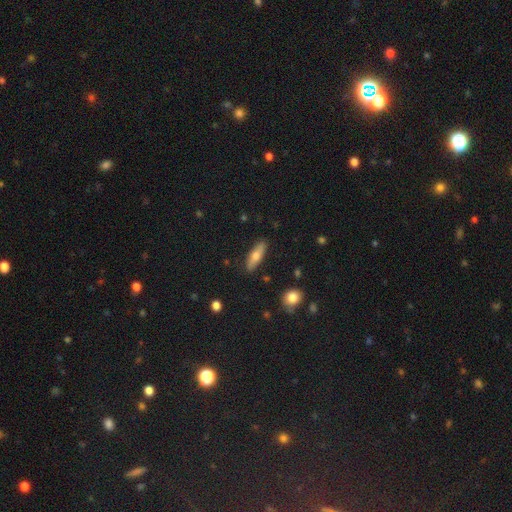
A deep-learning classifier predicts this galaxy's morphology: Smooth or featured?
  - smooth: 58% *
  - featured or disk: 36%
  - star or artifact: 7%
How rounded?
  - cigar-shaped: 59% *
  - in between: 38%
  - round: 3%
Merging?
  - none: 88% *
  - minor disturbance: 9%
  - major disturbance: 2%
  - merger: 2%